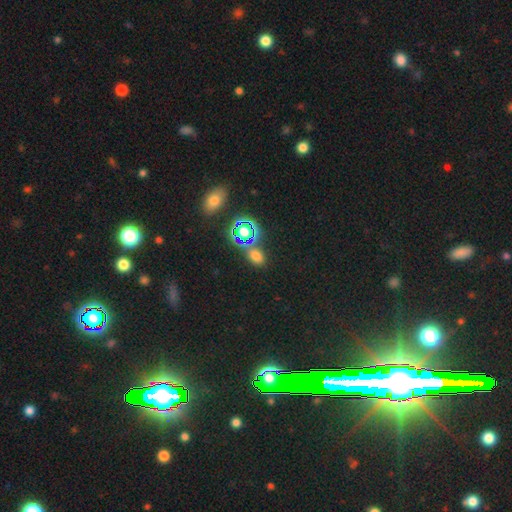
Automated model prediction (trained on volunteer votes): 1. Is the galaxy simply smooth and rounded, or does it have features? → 61% smooth, 33% star or artifact, 6% featured or disk.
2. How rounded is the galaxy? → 72% in between, 25% round, 3% cigar-shaped.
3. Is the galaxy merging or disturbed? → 74% none, 11% minor disturbance, 11% merger, 4% major disturbance.